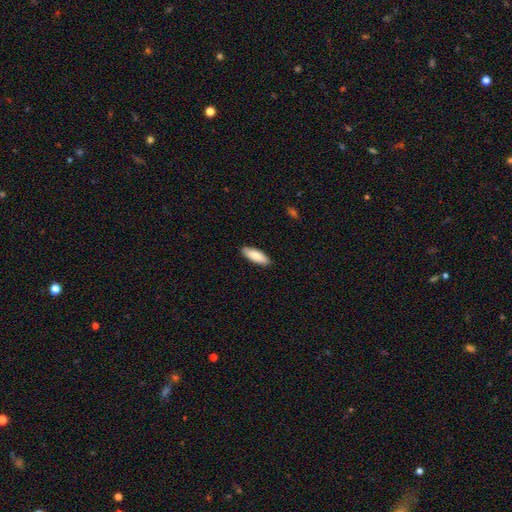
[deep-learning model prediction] Smooth or featured: smooth — 85% (featured or disk — 10%)
How rounded: in between — 64% (cigar-shaped — 34%)
Merging: none — 89% (minor disturbance — 8%)